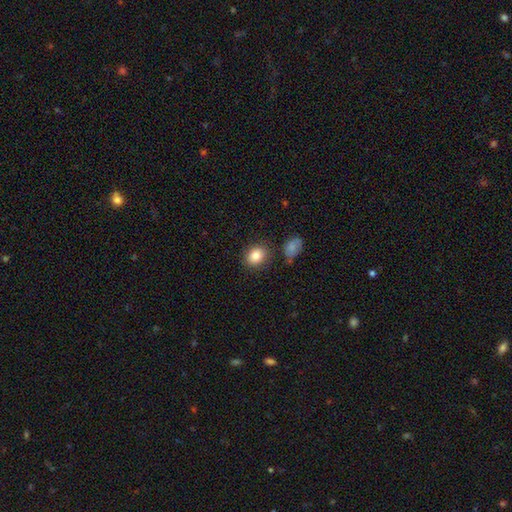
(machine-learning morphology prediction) A smooth galaxy with no disk features (85%) that is in between round and cigar-shaped (55%).

Vote fractions:
- Smooth or featured? smooth: 85% / star or artifact: 9% / featured or disk: 7%
- How rounded? in between: 55% / round: 44% / cigar-shaped: 1%
- Merging? none: 81% / minor disturbance: 11% / merger: 4% / major disturbance: 3%